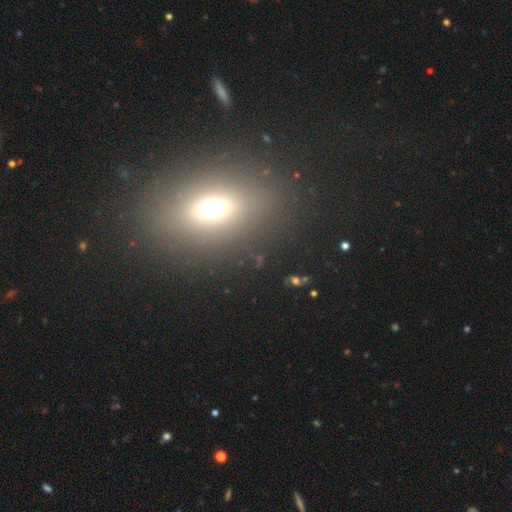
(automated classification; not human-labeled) Q: Smooth or featured?
A: smooth (58%); runner-up: star or artifact (24%)
Q: How rounded?
A: in between (72%); runner-up: round (22%)
Q: Merging?
A: none (86%); runner-up: minor disturbance (8%)